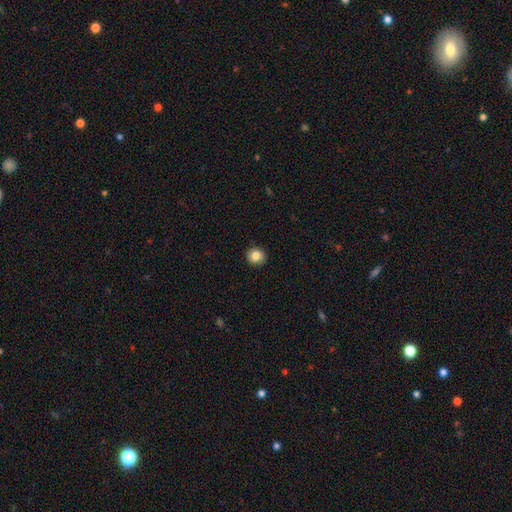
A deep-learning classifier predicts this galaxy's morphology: This appears to be a smooth galaxy with no disk features (84%) that is round (89%). Merging: none (92%).